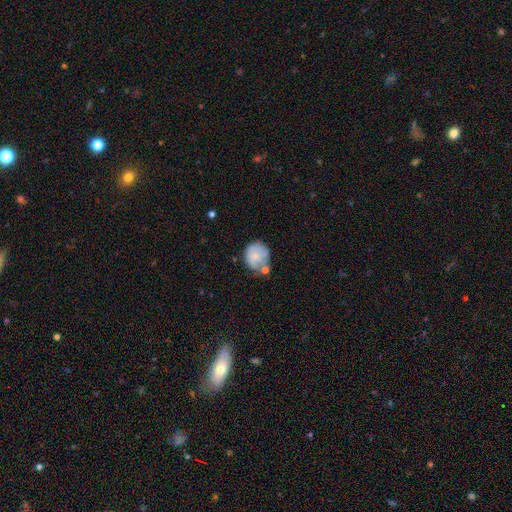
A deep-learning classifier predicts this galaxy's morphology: This appears to be a smooth galaxy with no disk features (66%) that is round (71%). Merging: none (46%).